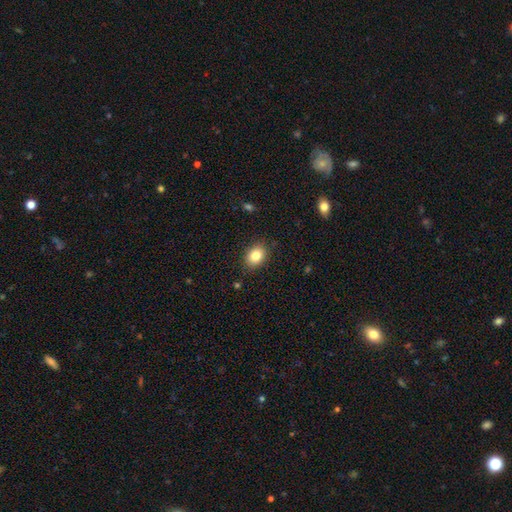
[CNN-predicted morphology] Smooth or featured?
  - smooth: 83% *
  - star or artifact: 9%
  - featured or disk: 8%
How rounded?
  - in between: 69% *
  - round: 30%
  - cigar-shaped: 1%
Merging?
  - none: 86% *
  - minor disturbance: 10%
  - major disturbance: 2%
  - merger: 1%